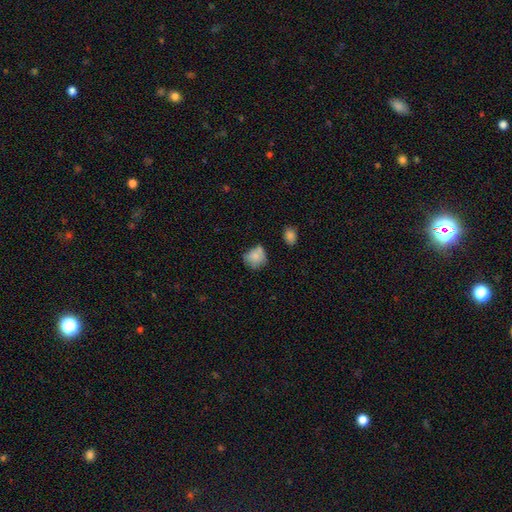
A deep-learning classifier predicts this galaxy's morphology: A smooth galaxy with no disk features (77%) that is round (70%). Merging: none (50%).